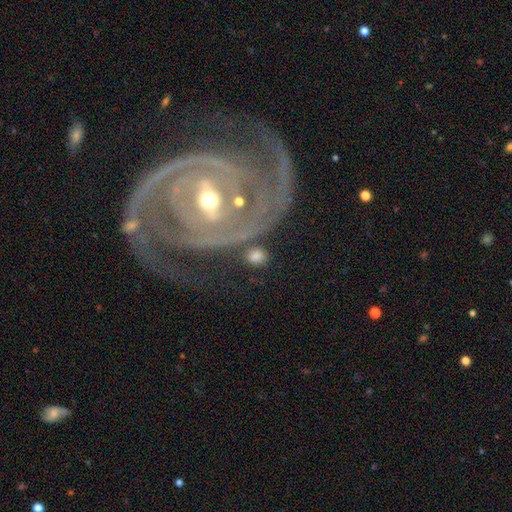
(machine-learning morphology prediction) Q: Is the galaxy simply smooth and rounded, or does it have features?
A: featured or disk — 54%.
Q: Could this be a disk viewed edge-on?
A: no — 88%.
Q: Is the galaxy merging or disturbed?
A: none — 69%.